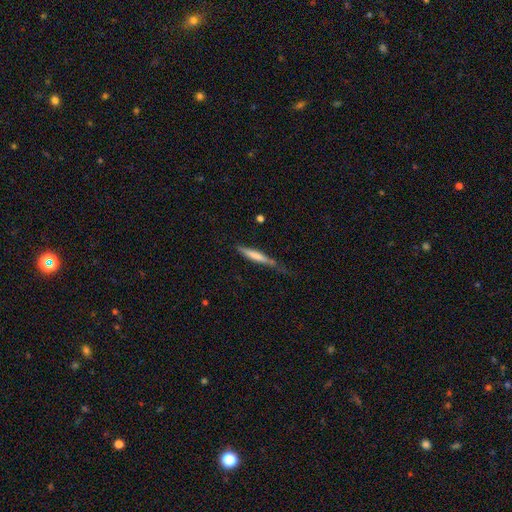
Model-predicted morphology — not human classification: smooth-or-featured: smooth: 62% | featured or disk: 32% | star or artifact: 5%
  how-rounded: cigar-shaped: 93% | in between: 5% | round: 1%
  merging: none: 53% | minor disturbance: 32% | major disturbance: 12% | merger: 3%